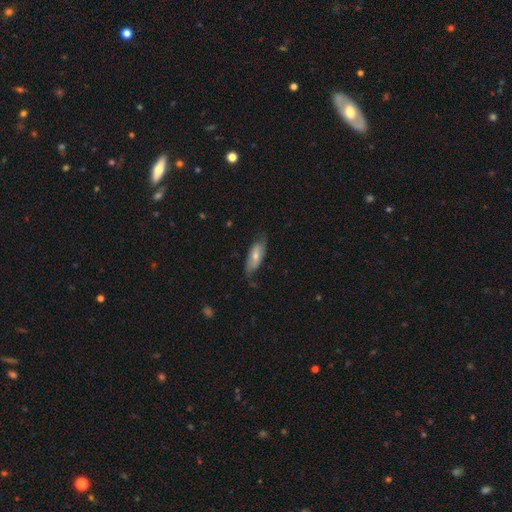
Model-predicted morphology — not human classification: Smooth or featured: smooth — 57% (featured or disk — 37%)
How rounded: in between — 75% (cigar-shaped — 22%)
Merging: none — 67% (minor disturbance — 26%)